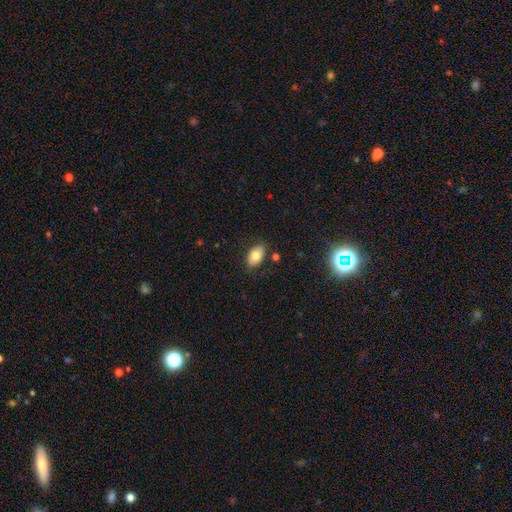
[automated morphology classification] smooth 76%, featured or disk 16%, star or artifact 8%. Down the decision tree: how rounded — in between (90%); merging — none (81%).